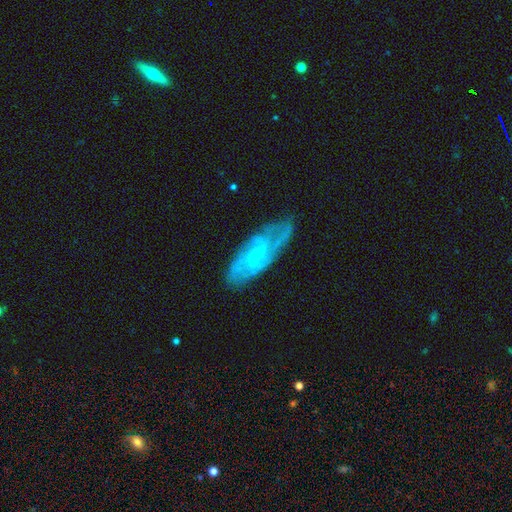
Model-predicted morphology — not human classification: featured or disk 76%, smooth 18%, star or artifact 7%. Down the decision tree: edge-on disk — no (90%); bar — weak (44%, tied with no); spiral arms — yes (90%); spiral arm count — 2 (44%); spiral winding — medium (44%); bulge size — none (43%); merging — none (69%).